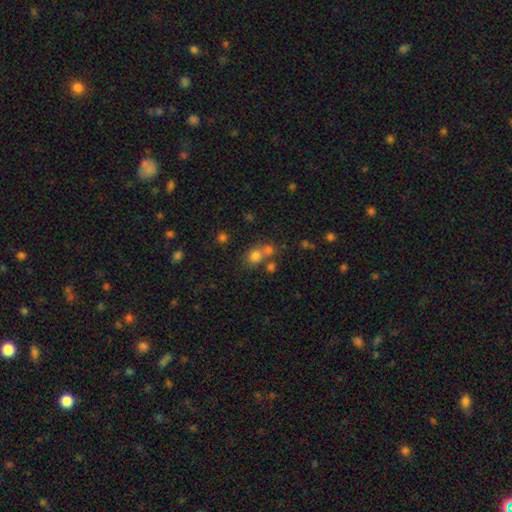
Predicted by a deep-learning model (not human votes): This appears to be a smooth galaxy with no disk features (73%) that is round (69%). Merging: none (46%).